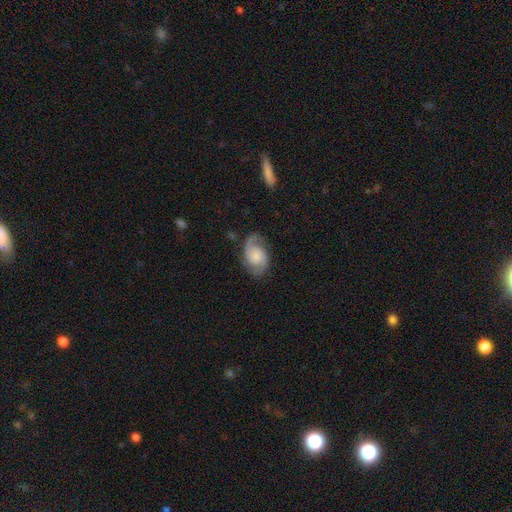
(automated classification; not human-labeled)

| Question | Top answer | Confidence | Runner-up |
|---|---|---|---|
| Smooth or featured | featured or disk | 76% | smooth (17%) |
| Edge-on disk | no | 97% | yes (3%) |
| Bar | no | 68% | weak (27%) |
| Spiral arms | yes | 96% | no (4%) |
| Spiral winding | medium | 50% | tight (25%) |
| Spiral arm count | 2 | 90% | can't tell (4%) |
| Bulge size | moderate | 29% | small (25%) |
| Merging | none | 74% | minor disturbance (17%) |